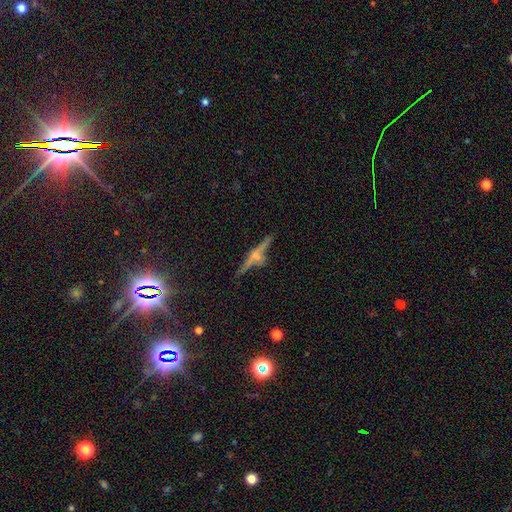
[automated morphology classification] Smooth or featured? Predicted: featured or disk (p=0.58). Edge-on disk? Predicted: yes (p=0.91). Edge-on bulge? Predicted: rounded (p=0.68). Merging? Predicted: none (p=0.69).